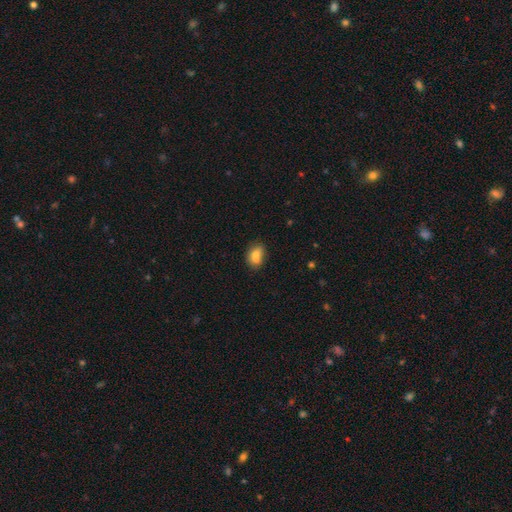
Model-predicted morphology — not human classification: The model was most divided on "merging": none: 50%, merger: 27%, minor disturbance: 18%, major disturbance: 5%. More confident: smooth or featured — smooth (76%); how rounded — in between (73%).